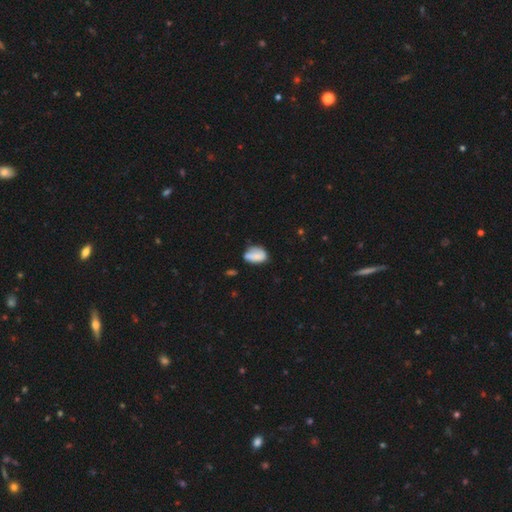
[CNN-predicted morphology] smooth_or_featured: smooth (p=0.79) [alt: featured or disk p=0.13]
how_rounded: in between (p=0.84) [alt: round p=0.14]
merging: none (p=0.53) [alt: minor disturbance p=0.34]